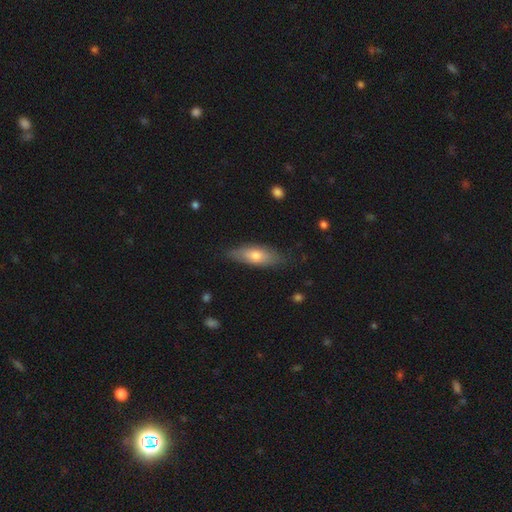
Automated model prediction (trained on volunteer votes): Smooth or featured: smooth — 64% (featured or disk — 30%)
How rounded: in between — 65% (cigar-shaped — 32%)
Merging: none — 78% (minor disturbance — 17%)